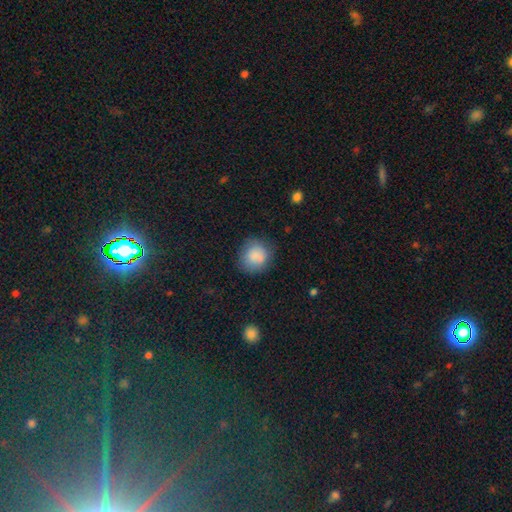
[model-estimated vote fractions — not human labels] This appears to be a smooth galaxy with no disk features (84%) that is round (85%). Merging: none (73%).